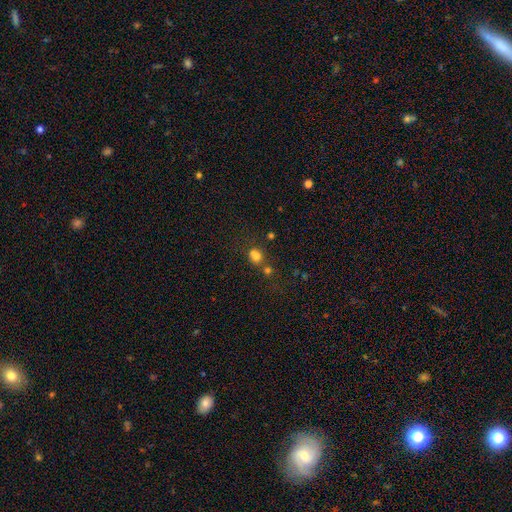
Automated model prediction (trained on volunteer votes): This is likely a smooth galaxy (73%). How rounded: likely round (63%). Merging: marginally none (45%).